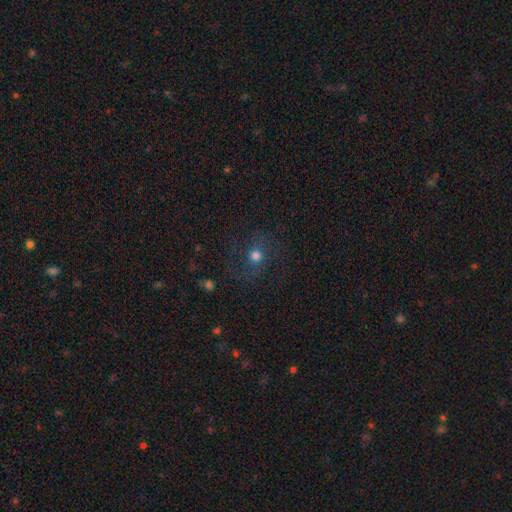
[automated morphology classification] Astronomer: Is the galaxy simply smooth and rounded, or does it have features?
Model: smooth — 55%.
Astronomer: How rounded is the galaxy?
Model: round — 83%.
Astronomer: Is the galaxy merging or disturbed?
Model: none — 73%.